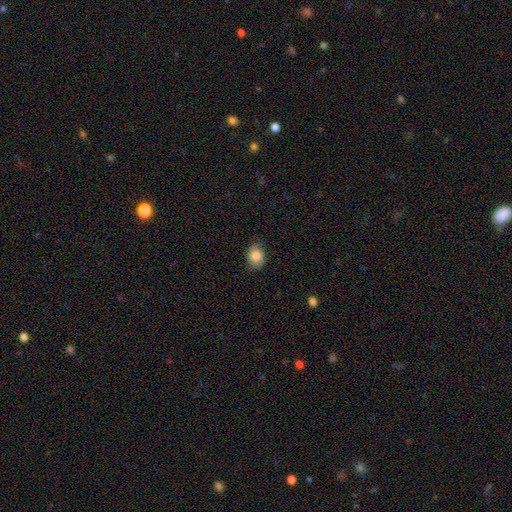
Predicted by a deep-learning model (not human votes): smooth 83%, featured or disk 9%, star or artifact 8%. Down the decision tree: how rounded — in between (63%); merging — none (78%).